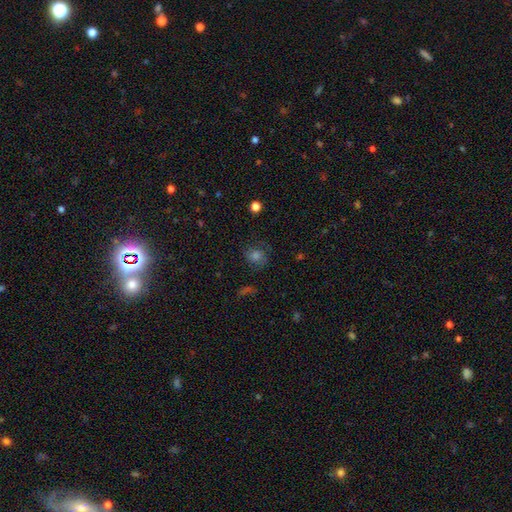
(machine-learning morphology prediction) Smooth or featured: smooth — 47% (featured or disk — 30%)
Merging: none — 72% (minor disturbance — 17%)